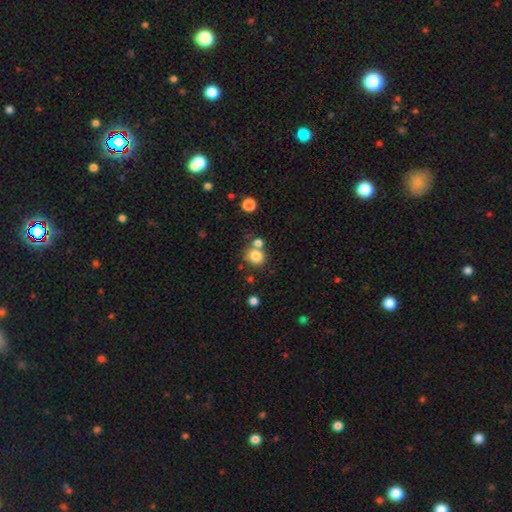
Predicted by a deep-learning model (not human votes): Overall: smooth (80%). How rounded: round (76%). Merging: none (60%; merger 25%).